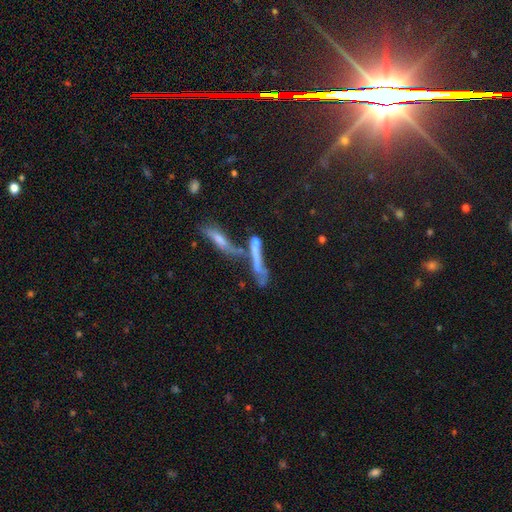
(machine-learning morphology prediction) Smooth or featured? Predicted: smooth (p=0.48). Merging? Predicted: merger (p=0.52).